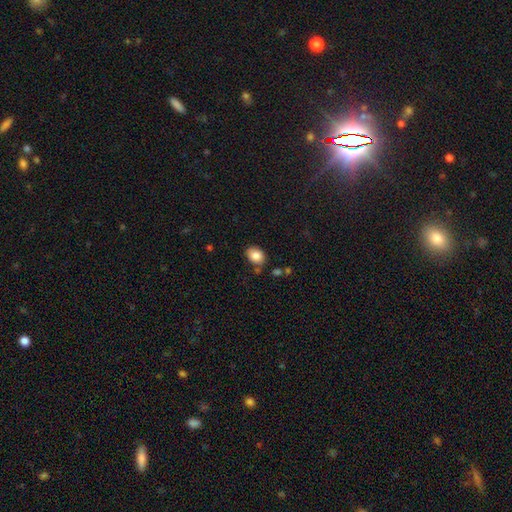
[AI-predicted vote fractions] Morphology: type=smooth (85%); roundness=in between (68%); merging=none (76%).